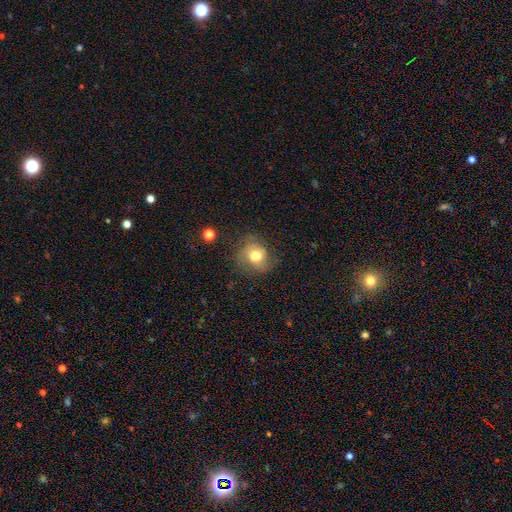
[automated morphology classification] Smooth or featured? smooth (71%)
How rounded? round (78%)
Merging? none (69%)